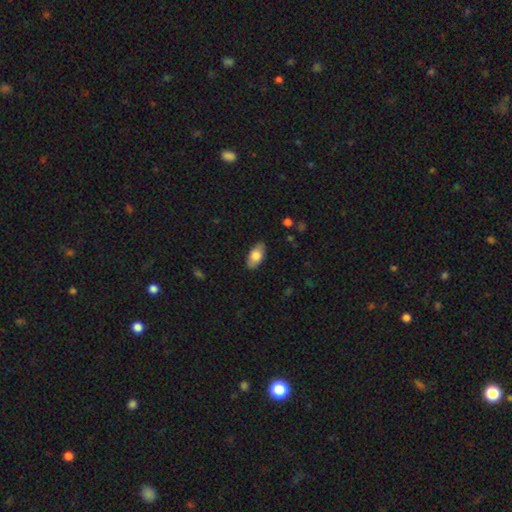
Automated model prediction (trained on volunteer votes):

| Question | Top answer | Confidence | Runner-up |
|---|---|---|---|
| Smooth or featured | smooth | 77% | featured or disk (17%) |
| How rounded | in between | 92% | cigar-shaped (5%) |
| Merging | none | 86% | minor disturbance (11%) |